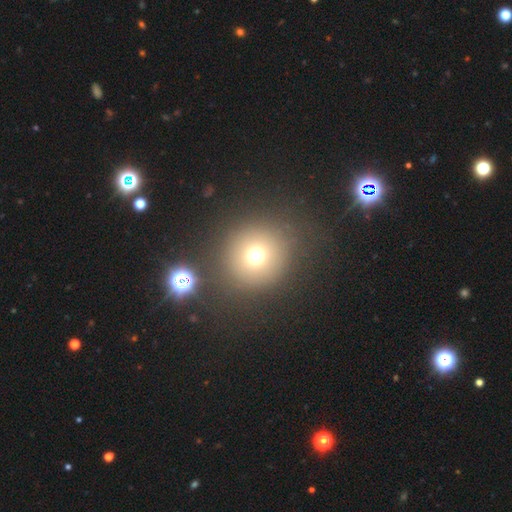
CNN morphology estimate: Smooth or featured? Predicted: smooth (p=0.69). How rounded? Predicted: round (p=0.92). Merging? Predicted: none (p=0.81).